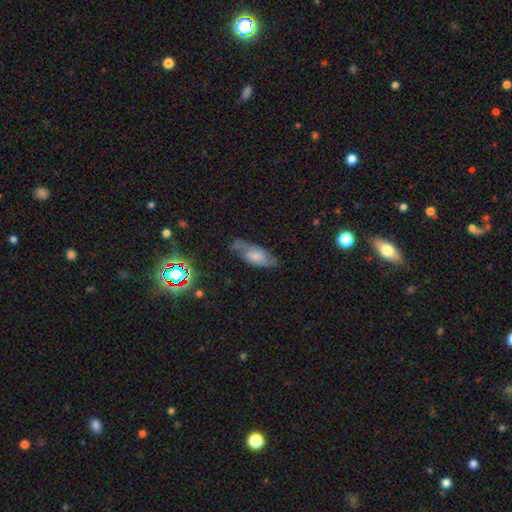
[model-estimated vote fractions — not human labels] Smooth or featured?
  - featured or disk: 47% *
  - smooth: 44%
  - star or artifact: 9%
Merging?
  - none: 59% *
  - minor disturbance: 27%
  - major disturbance: 12%
  - merger: 2%